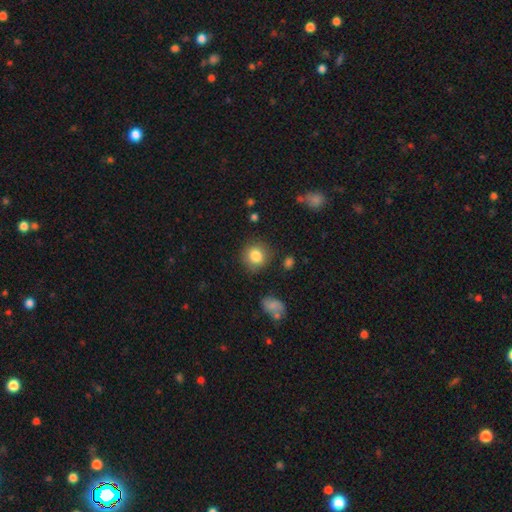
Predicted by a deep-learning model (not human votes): A smooth galaxy with no disk features (84%) that is round (85%).

Vote fractions:
- Smooth or featured? smooth: 84% / star or artifact: 9% / featured or disk: 7%
- How rounded? round: 85% / in between: 14% / cigar-shaped: 1%
- Merging? none: 81% / minor disturbance: 13% / major disturbance: 4% / merger: 3%